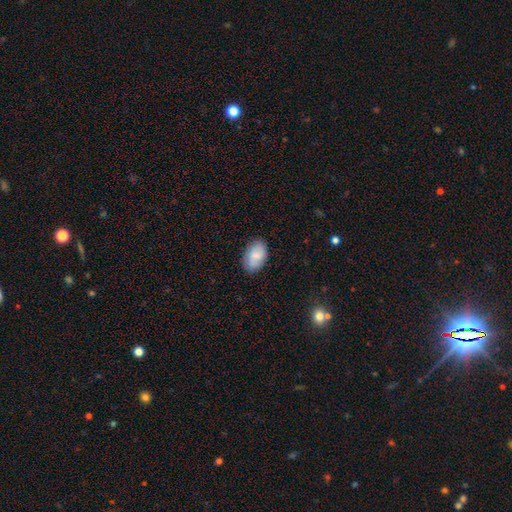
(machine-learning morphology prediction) Overall: smooth (78%). How rounded: in between (91%). Merging: none (82%).